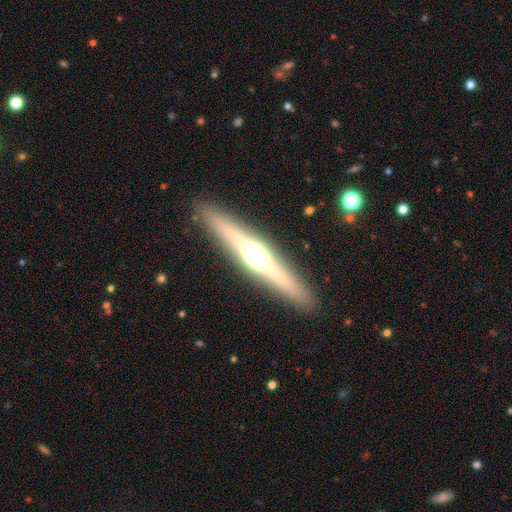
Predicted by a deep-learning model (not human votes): smooth-or-featured: featured or disk: 71% | smooth: 23% | star or artifact: 6%
  disk-edge-on: yes: 97% | no: 3%
    edge-on-bulge: rounded: 90% | boxy: 6% | none: 4%
  merging: none: 91% | minor disturbance: 6% | major disturbance: 2% | merger: 1%